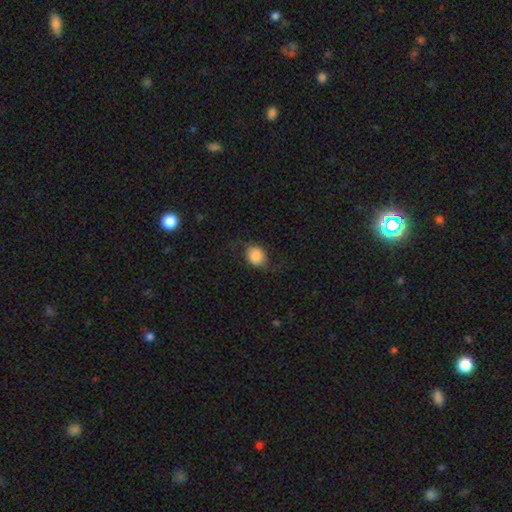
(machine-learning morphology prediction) Overall: smooth (78%). How rounded: round (61%; in between 38%). Merging: none (69%).